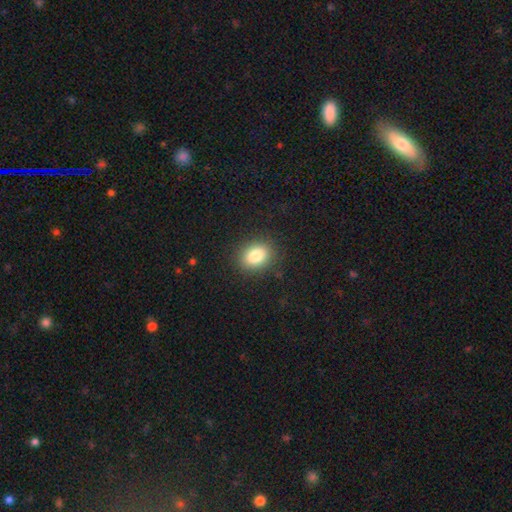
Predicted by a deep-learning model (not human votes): Smooth or featured? Predicted: smooth (p=0.83). How rounded? Predicted: in between (p=0.58). Merging? Predicted: none (p=0.87).